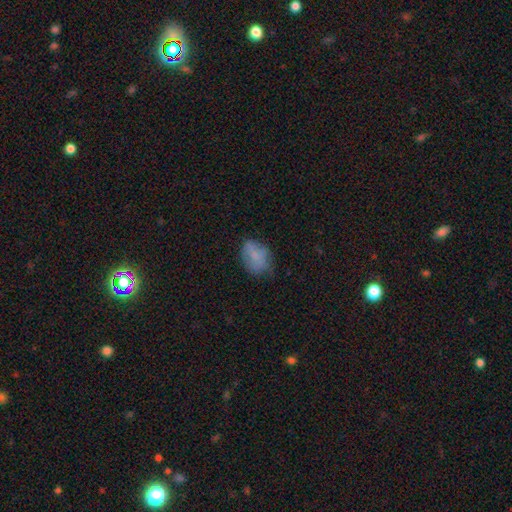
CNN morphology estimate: The model was most divided on "merging": none: 57%, minor disturbance: 29%, major disturbance: 11%, merger: 2%. More confident: smooth or featured — smooth (74%); how rounded — in between (72%).